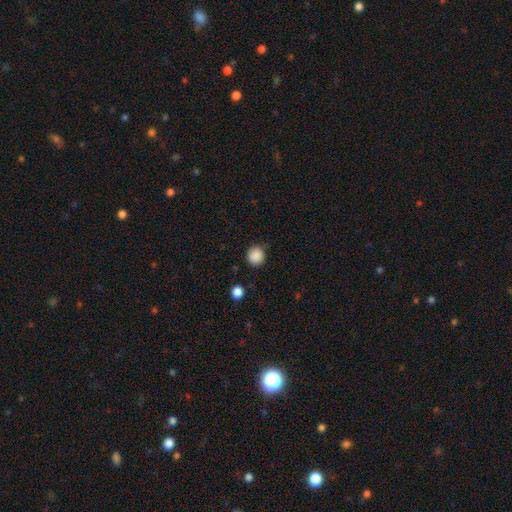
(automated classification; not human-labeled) Smooth or featured?
  - smooth: 88% *
  - star or artifact: 10%
  - featured or disk: 2%
How rounded?
  - round: 92% *
  - in between: 7%
  - cigar-shaped: 1%
Merging?
  - none: 85% *
  - minor disturbance: 11%
  - major disturbance: 3%
  - merger: 2%